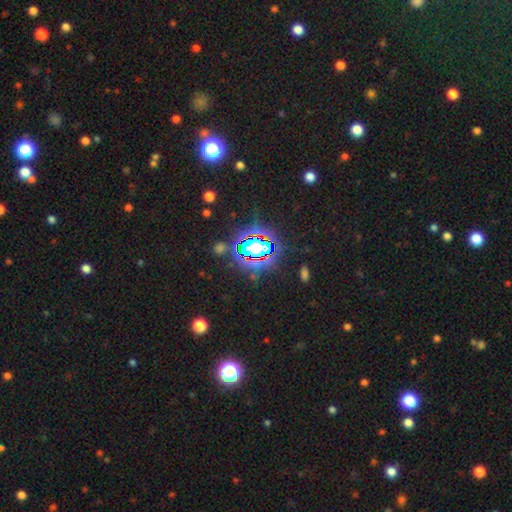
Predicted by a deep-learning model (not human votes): A star or artifact, not a galaxy (81%).